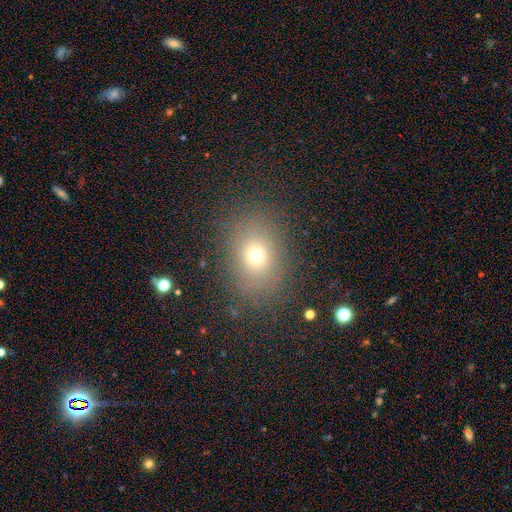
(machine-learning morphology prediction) Smooth or featured: smooth — 68% (star or artifact — 19%)
How rounded: in between — 54% (round — 45%)
Merging: none — 84% (minor disturbance — 10%)